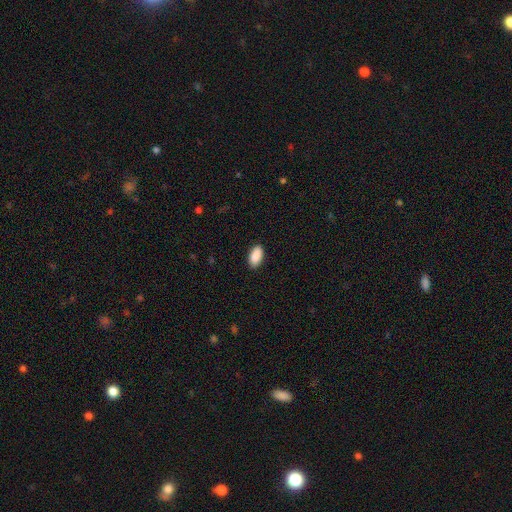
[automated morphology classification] Overall: smooth (90%). How rounded: in between (94%). Merging: none (89%).